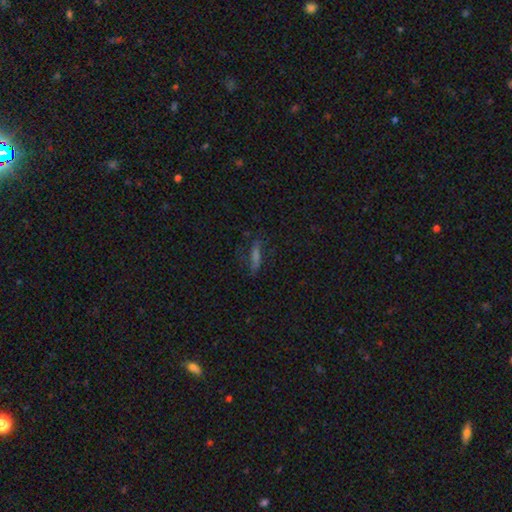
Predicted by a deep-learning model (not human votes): Overall: smooth (43%; featured or disk 36%). Merging: none (73%).